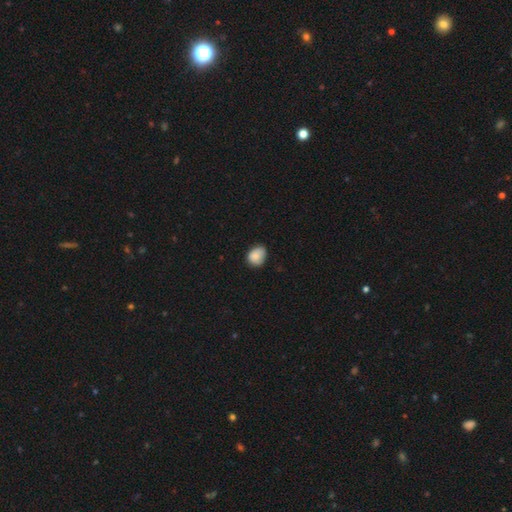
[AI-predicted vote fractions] Morphology: type=smooth (85%); roundness=in between (53%); merging=none (65%).